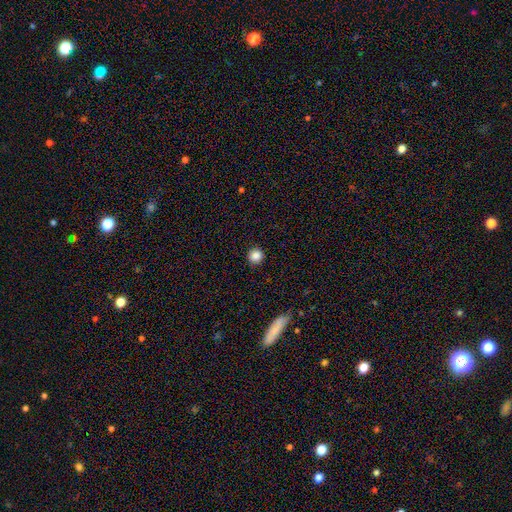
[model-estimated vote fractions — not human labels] Smooth or featured? Predicted: smooth (p=0.86). How rounded? Predicted: round (p=0.94). Merging? Predicted: none (p=0.92).